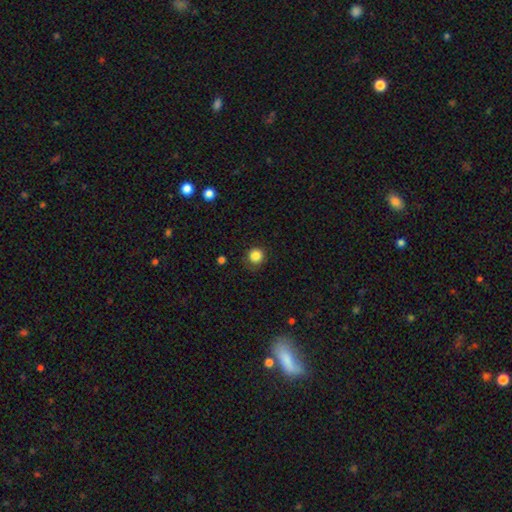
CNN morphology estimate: Overall: smooth (85%). How rounded: round (93%). Merging: none (84%).